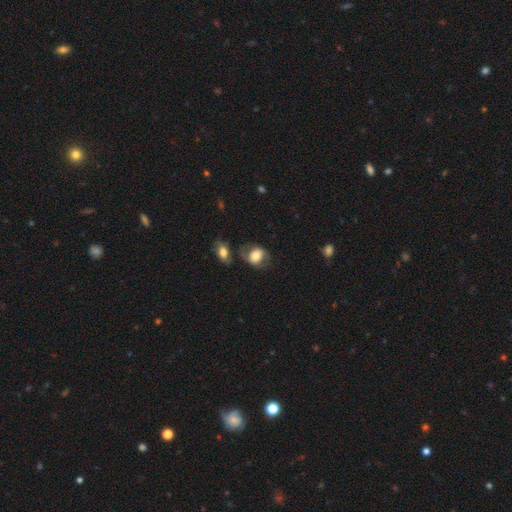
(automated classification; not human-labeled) The model was most divided on "how rounded": in between: 57%, round: 42%, cigar-shaped: 1%. More confident: smooth or featured — smooth (61%); merging — none (57%).